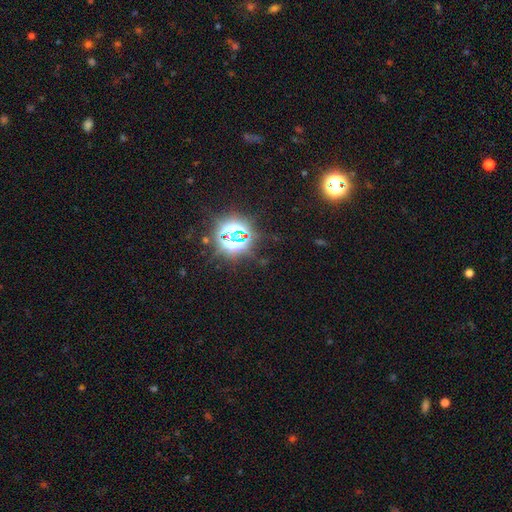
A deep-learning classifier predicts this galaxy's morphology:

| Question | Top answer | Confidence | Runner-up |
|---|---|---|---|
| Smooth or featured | star or artifact | 80% | smooth (14%) |